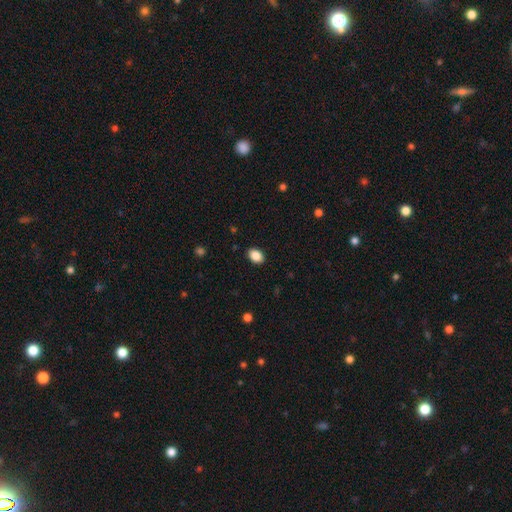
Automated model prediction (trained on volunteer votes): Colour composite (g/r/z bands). It shows a smooth galaxy with no disk features (88%) that is in between round and cigar-shaped (80%). Merging: none (90%).